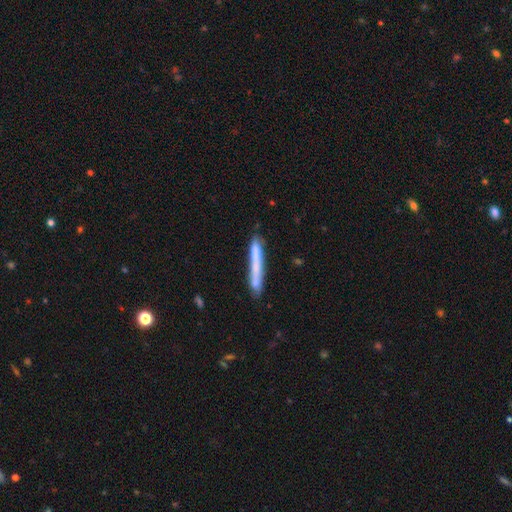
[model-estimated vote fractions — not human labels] A smooth galaxy with no disk features (63%) that is cigar-shaped (96%).

Vote fractions:
- Smooth or featured? smooth: 63% / featured or disk: 31% / star or artifact: 7%
- How rounded? cigar-shaped: 96% / in between: 2% / round: 1%
- Merging? none: 77% / minor disturbance: 16% / merger: 4% / major disturbance: 3%